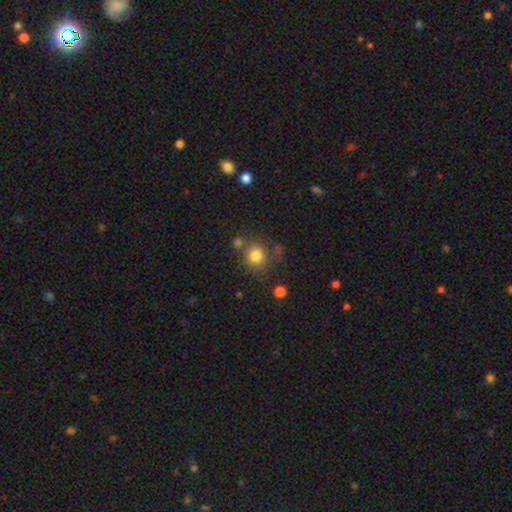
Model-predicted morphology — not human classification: Smooth or featured? smooth (79%)
How rounded? round (87%)
Merging? none (70%)